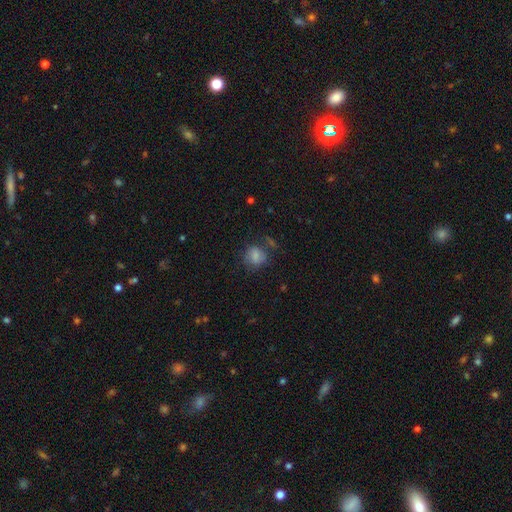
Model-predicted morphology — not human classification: This appears to be a smooth galaxy with no disk features (73%) that is round (65%). Merging: none (57%).